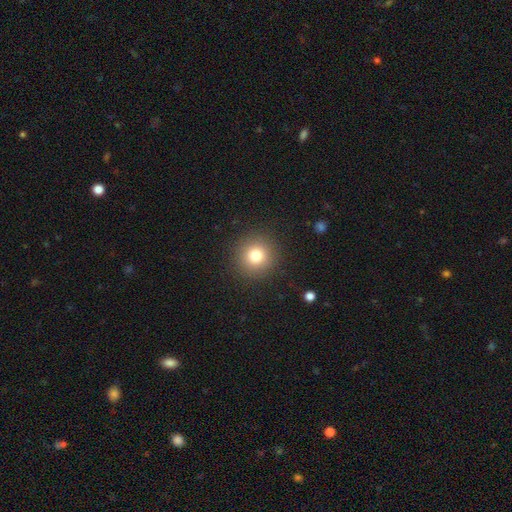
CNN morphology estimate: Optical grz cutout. It shows a smooth galaxy with no disk features (79%) that is round (94%). Merging: none (90%).